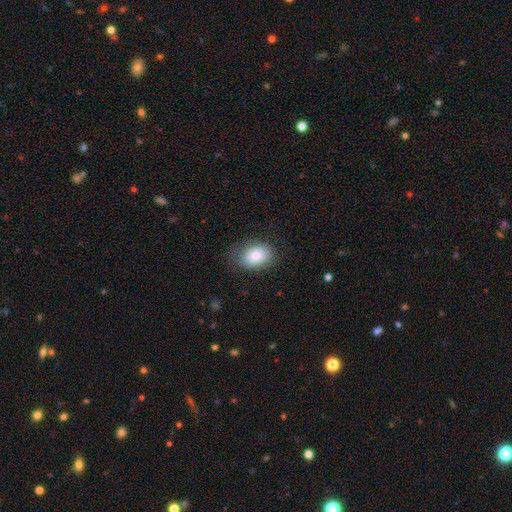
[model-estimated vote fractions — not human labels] This appears to be a smooth galaxy with no disk features (82%) that is in between round and cigar-shaped (74%). Merging: none (71%).